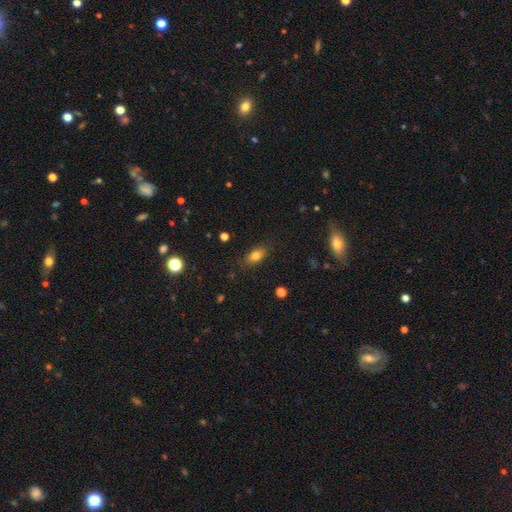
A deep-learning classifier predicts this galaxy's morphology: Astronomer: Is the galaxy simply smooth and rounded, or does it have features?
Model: smooth — 79%.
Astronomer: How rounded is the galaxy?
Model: in between — 84%.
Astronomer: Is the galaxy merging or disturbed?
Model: none — 82%.